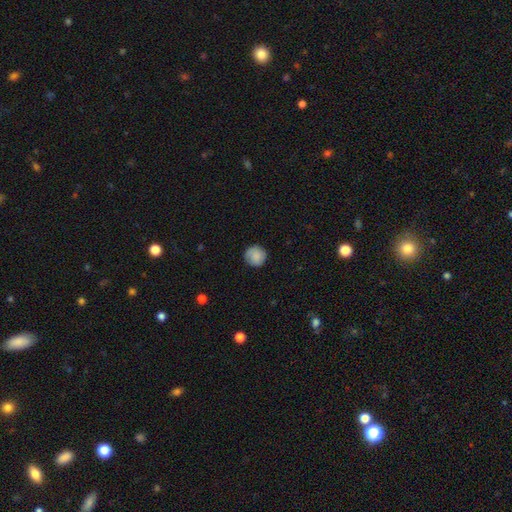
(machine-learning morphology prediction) Q: Smooth or featured?
A: smooth (83%); runner-up: featured or disk (10%)
Q: How rounded?
A: round (93%); runner-up: in between (6%)
Q: Merging?
A: none (84%); runner-up: minor disturbance (12%)